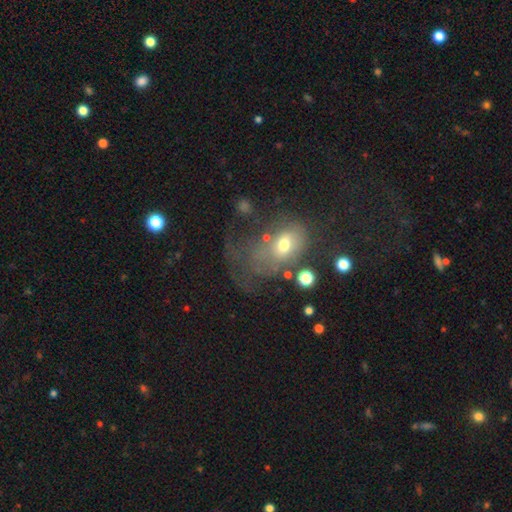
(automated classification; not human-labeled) Smooth or featured? Predicted: smooth (p=0.40). Merging? Predicted: major disturbance (p=0.45).